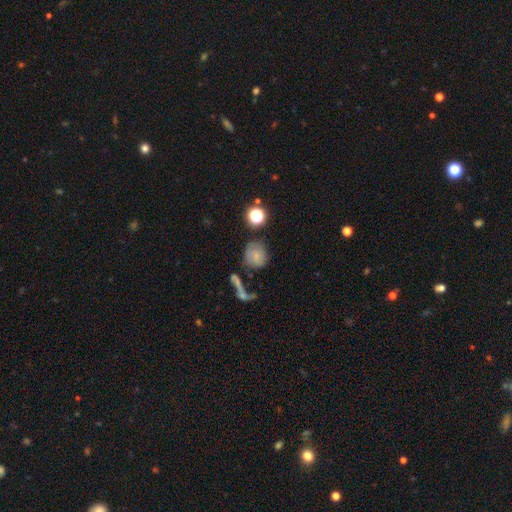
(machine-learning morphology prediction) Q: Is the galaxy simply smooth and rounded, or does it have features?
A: smooth — 64%.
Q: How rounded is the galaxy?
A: round — 77%.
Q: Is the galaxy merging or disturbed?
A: none — 53%.